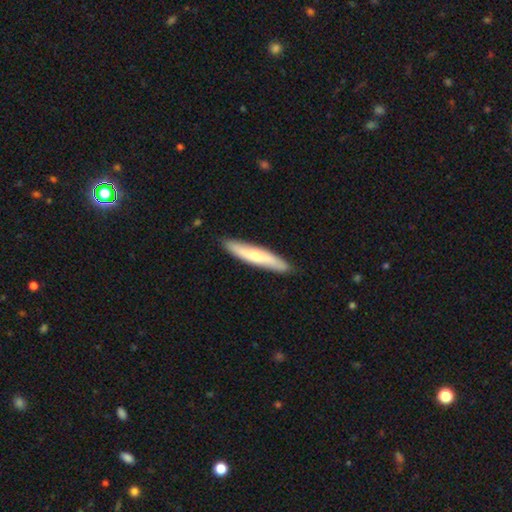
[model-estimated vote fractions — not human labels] Morphology: type=smooth (57%); roundness=cigar-shaped (89%); merging=none (88%).